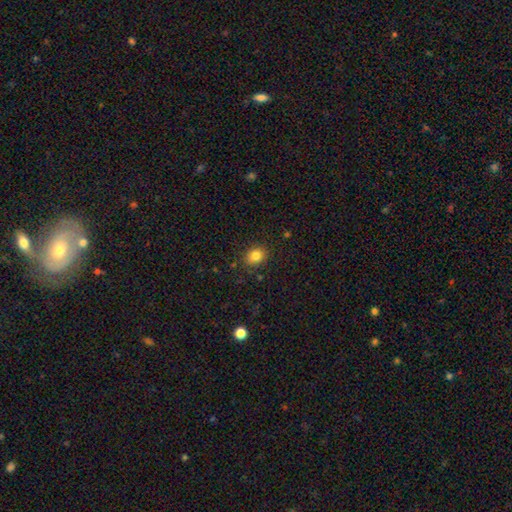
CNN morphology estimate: Smooth or featured?
  - smooth: 82% *
  - star or artifact: 11%
  - featured or disk: 7%
How rounded?
  - round: 55% *
  - in between: 44%
  - cigar-shaped: 1%
Merging?
  - none: 86% *
  - minor disturbance: 10%
  - major disturbance: 3%
  - merger: 1%